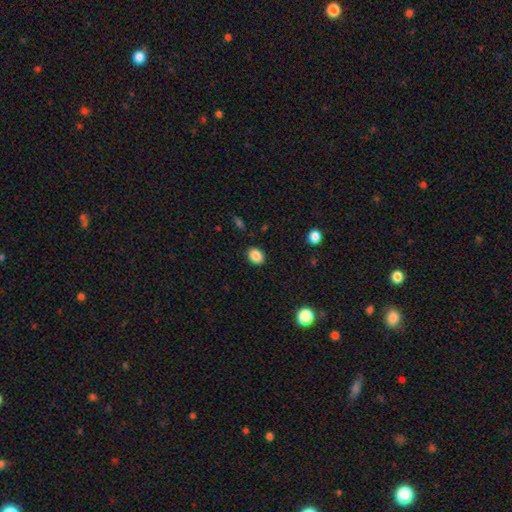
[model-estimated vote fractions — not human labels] This appears to be a smooth galaxy with no disk features (87%) that is in between round and cigar-shaped (58%). Merging: none (89%).